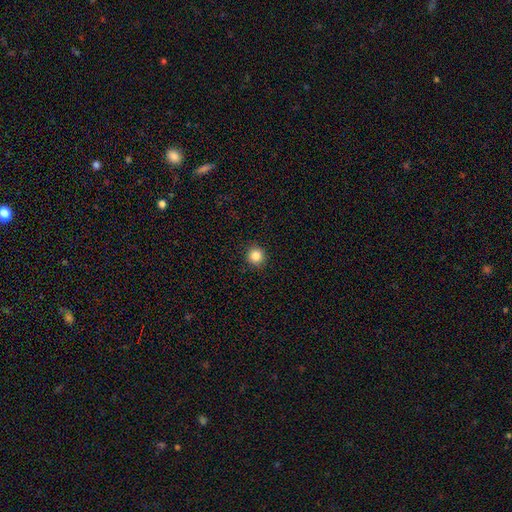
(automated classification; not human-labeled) A smooth galaxy with no disk features (86%) that is round (94%).

Vote fractions:
- Smooth or featured? smooth: 86% / star or artifact: 11% / featured or disk: 4%
- How rounded? round: 94% / in between: 5% / cigar-shaped: 1%
- Merging? none: 92% / minor disturbance: 5% / major disturbance: 2% / merger: 1%